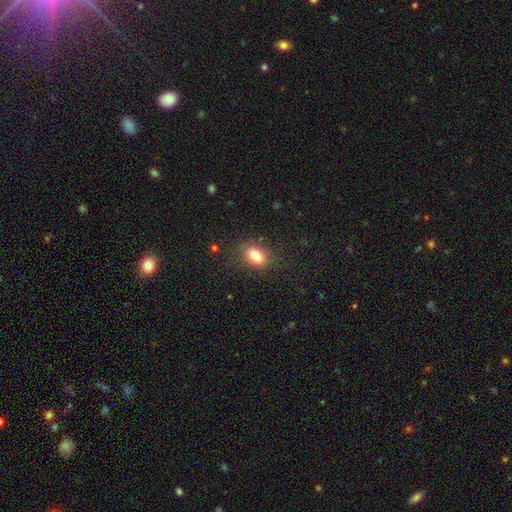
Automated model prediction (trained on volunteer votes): Smooth or featured: smooth — 80% (featured or disk — 10%)
How rounded: in between — 83% (round — 15%)
Merging: none — 81% (minor disturbance — 13%)